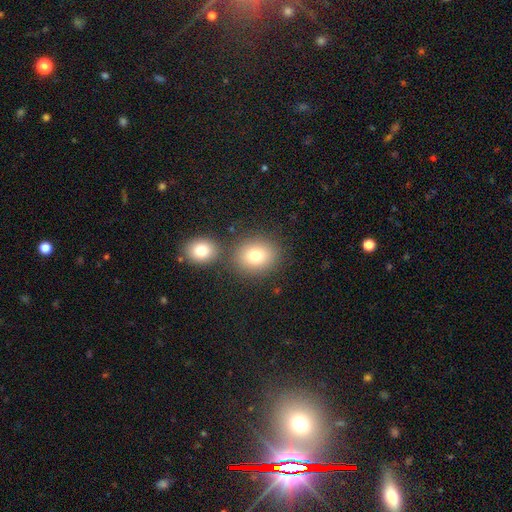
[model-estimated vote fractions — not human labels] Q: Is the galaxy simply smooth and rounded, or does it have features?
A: smooth — 77%.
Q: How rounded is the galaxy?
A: round — 71%.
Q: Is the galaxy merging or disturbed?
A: none — 71%.